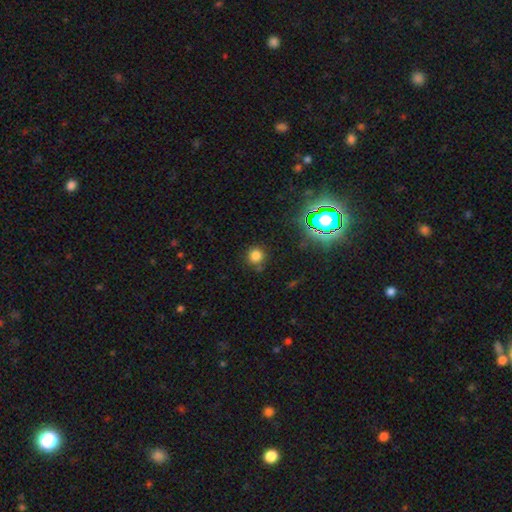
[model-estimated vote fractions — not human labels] This appears to be a smooth galaxy with no disk features (76%) that is round (93%). Merging: none (80%).